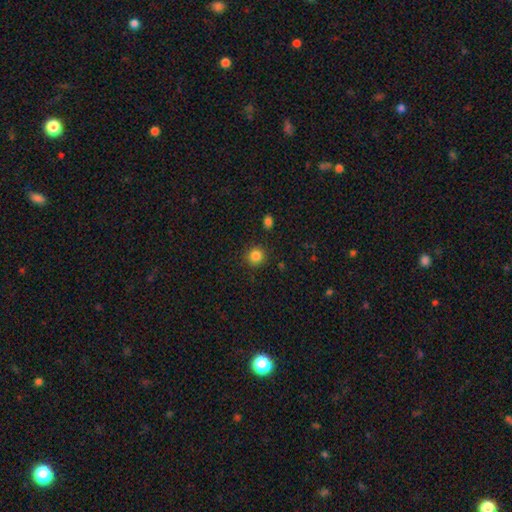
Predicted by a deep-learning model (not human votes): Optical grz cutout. It shows a smooth galaxy with no disk features (85%) that is round (91%). Merging: none (89%).